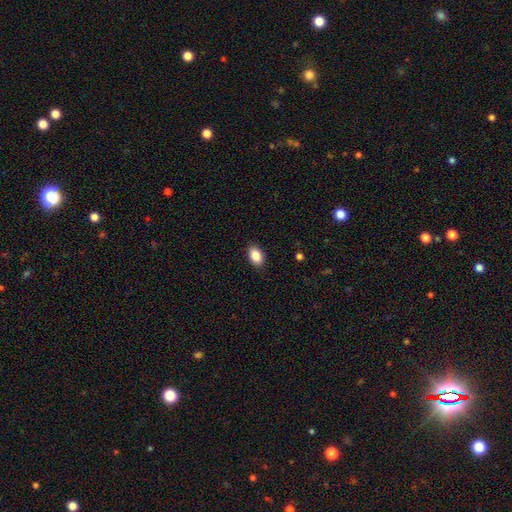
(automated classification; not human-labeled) A smooth galaxy with no disk features (87%) that is in between round and cigar-shaped (88%). Merging: none (89%).